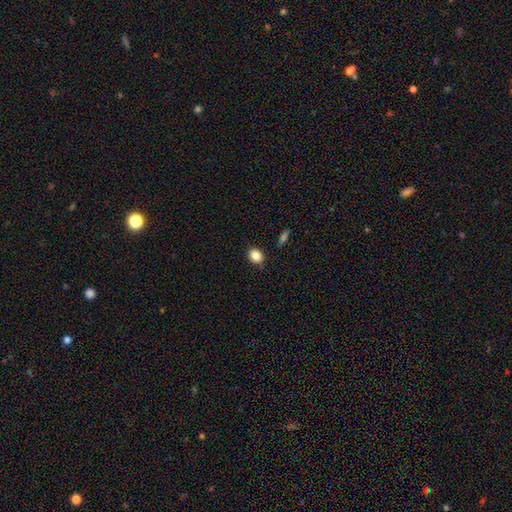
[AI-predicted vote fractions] smooth-or-featured: smooth: 86% | star or artifact: 9% | featured or disk: 5%
  how-rounded: round: 52% | in between: 47% | cigar-shaped: 1%
  merging: none: 87% | minor disturbance: 9% | major disturbance: 2% | merger: 2%